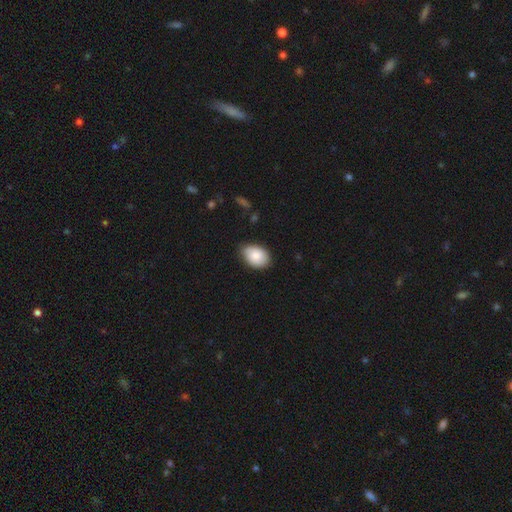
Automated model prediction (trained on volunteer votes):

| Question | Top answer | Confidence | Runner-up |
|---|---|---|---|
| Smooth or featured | smooth | 86% | featured or disk (8%) |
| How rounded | in between | 85% | round (14%) |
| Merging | none | 76% | minor disturbance (20%) |